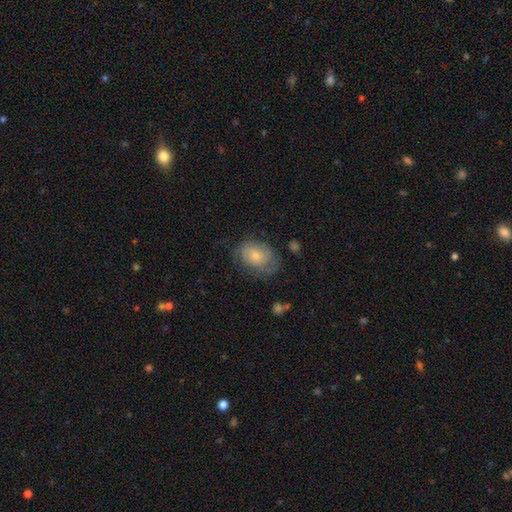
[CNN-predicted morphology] The model was most divided on "smooth or featured": smooth: 48%, featured or disk: 44%, star or artifact: 7%. More confident: merging — none (57%).